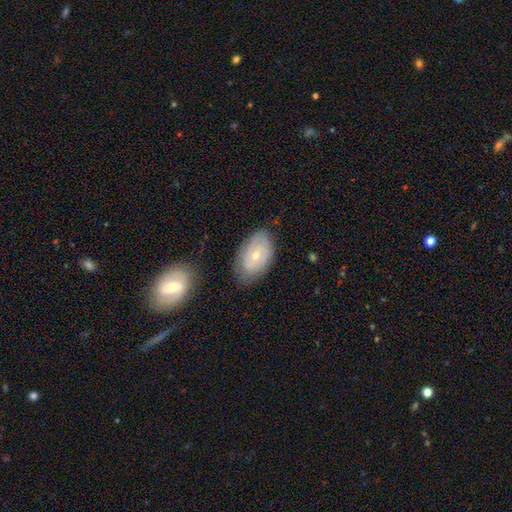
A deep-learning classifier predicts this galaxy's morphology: smooth-or-featured: featured or disk: 58% | smooth: 34% | star or artifact: 7%
  disk-edge-on: no: 94% | yes: 6%
    bar: no: 68% | weak: 27% | strong: 5%
    has-spiral-arms: yes: 72% | no: 28%
    bulge-size: small: 58% | moderate: 39% | large: 1% | none: 1% | dominant: 1%
  merging: none: 76% | minor disturbance: 17% | major disturbance: 4% | merger: 2%